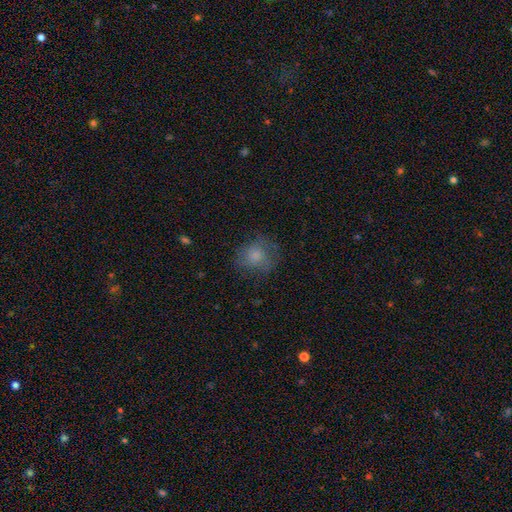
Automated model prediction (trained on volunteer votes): smooth-or-featured: smooth: 73% | featured or disk: 17% | star or artifact: 10%
  how-rounded: round: 79% | in between: 20% | cigar-shaped: 1%
  merging: none: 63% | minor disturbance: 22% | major disturbance: 14% | merger: 1%